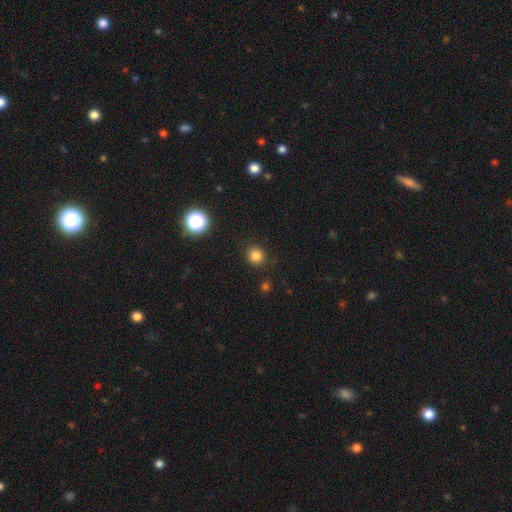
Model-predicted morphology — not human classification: smooth 82%, star or artifact 13%, featured or disk 4%. Down the decision tree: how rounded — round (89%); merging — none (89%).